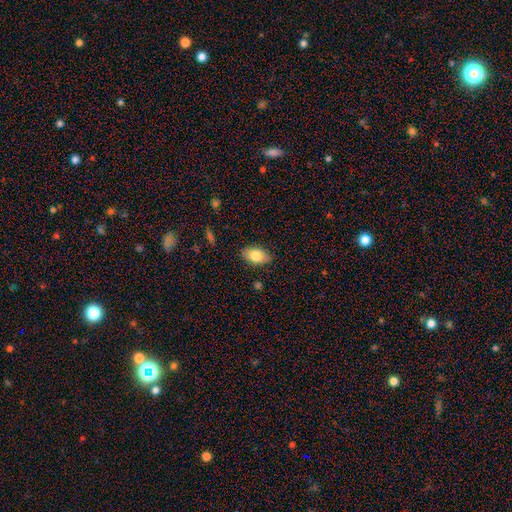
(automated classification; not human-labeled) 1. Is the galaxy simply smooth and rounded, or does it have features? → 79% smooth, 14% featured or disk, 7% star or artifact.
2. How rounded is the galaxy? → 90% in between, 8% round, 2% cigar-shaped.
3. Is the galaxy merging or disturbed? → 84% none, 13% minor disturbance, 2% major disturbance, 1% merger.